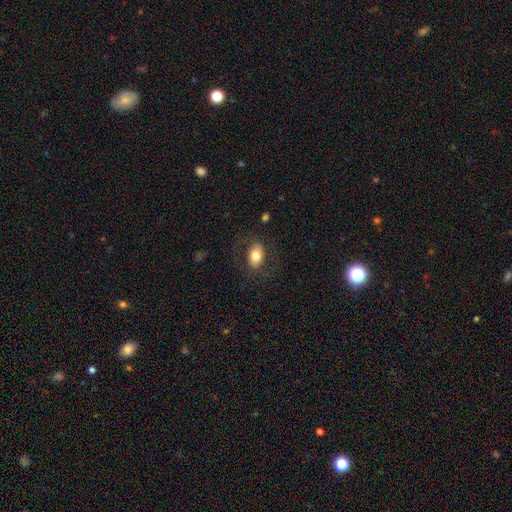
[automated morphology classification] The model was most divided on "smooth or featured": smooth: 73%, featured or disk: 19%, star or artifact: 8%. More confident: how rounded — in between (84%); merging — none (76%).